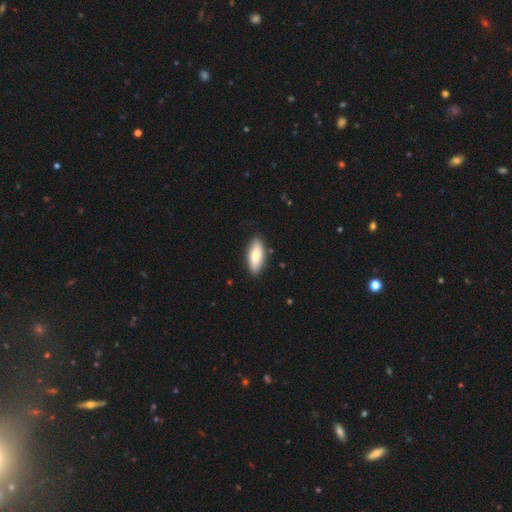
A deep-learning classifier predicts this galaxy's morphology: smooth 79%, featured or disk 15%, star or artifact 5%. Down the decision tree: how rounded — in between (77%); merging — none (87%).